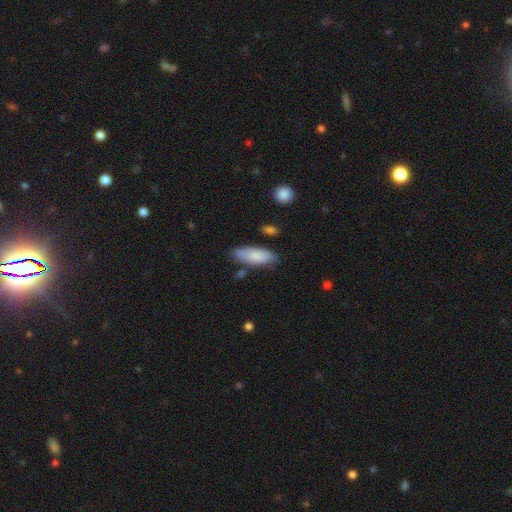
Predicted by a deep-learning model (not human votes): Smooth or featured?
  - smooth: 83% *
  - featured or disk: 11%
  - star or artifact: 6%
How rounded?
  - in between: 72% *
  - cigar-shaped: 26%
  - round: 2%
Merging?
  - none: 75% *
  - minor disturbance: 17%
  - merger: 4%
  - major disturbance: 3%